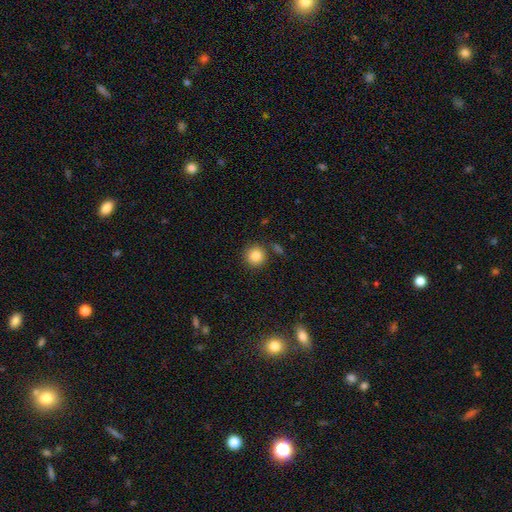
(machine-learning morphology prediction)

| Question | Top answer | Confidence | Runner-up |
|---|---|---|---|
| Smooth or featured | smooth | 84% | star or artifact (10%) |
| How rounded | round | 94% | in between (5%) |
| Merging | none | 85% | minor disturbance (8%) |